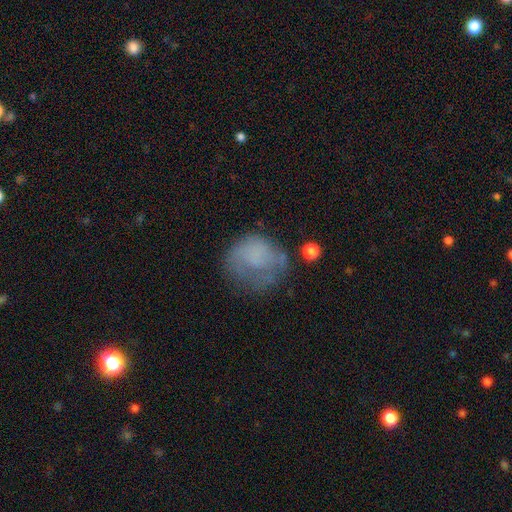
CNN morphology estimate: This is possibly a smooth galaxy (59%). How rounded: likely round (73%). Merging: marginally none (43%).